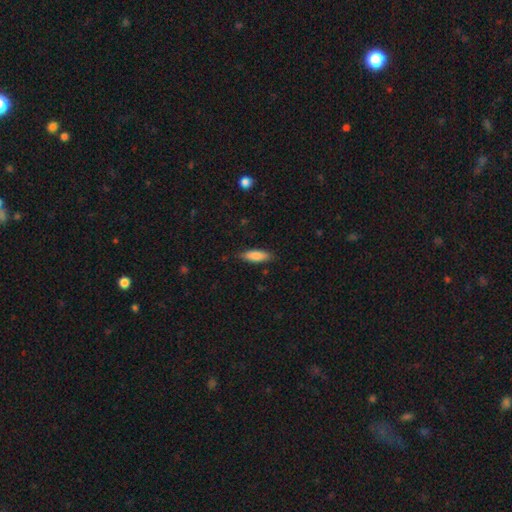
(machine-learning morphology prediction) smooth 85%, featured or disk 8%, star or artifact 6%. Down the decision tree: how rounded — in between (55%); merging — none (84%).